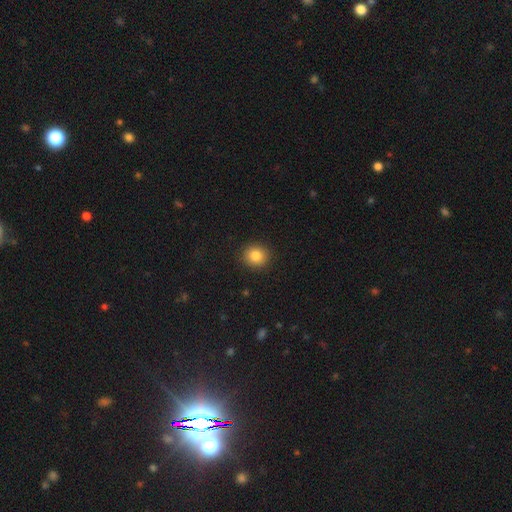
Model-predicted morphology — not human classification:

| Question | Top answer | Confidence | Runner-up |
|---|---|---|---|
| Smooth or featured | smooth | 83% | star or artifact (10%) |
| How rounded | round | 88% | in between (11%) |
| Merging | none | 91% | minor disturbance (6%) |